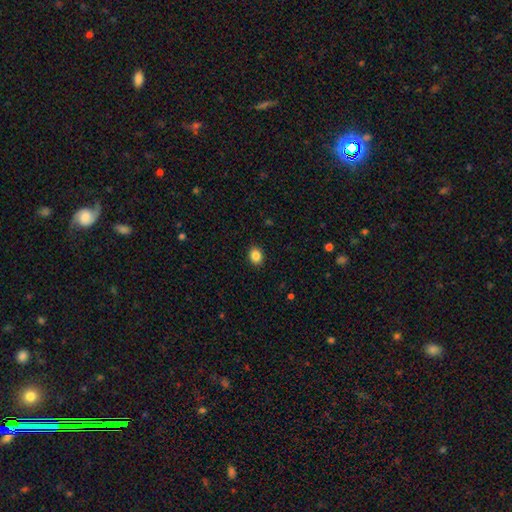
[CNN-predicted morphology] A smooth galaxy with no disk features (86%) that is round (51%).

Vote fractions:
- Smooth or featured? smooth: 86% / star or artifact: 9% / featured or disk: 4%
- How rounded? round: 51% / in between: 48% / cigar-shaped: 1%
- Merging? none: 91% / minor disturbance: 6% / major disturbance: 2% / merger: 1%